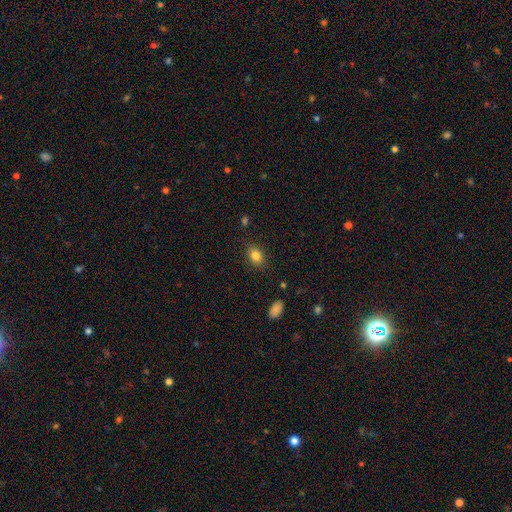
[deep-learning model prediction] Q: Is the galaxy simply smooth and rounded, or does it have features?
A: smooth — 83%.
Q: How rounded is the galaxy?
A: in between — 73%.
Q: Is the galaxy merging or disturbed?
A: none — 84%.